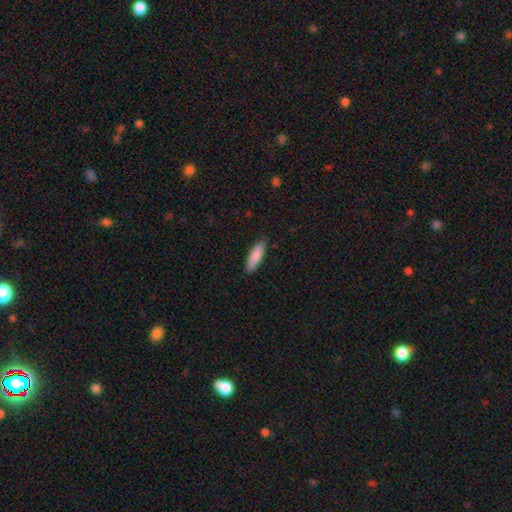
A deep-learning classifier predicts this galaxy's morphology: smooth-or-featured: smooth: 87% | featured or disk: 8% | star or artifact: 5%
  how-rounded: cigar-shaped: 60% | in between: 39% | round: 1%
  merging: none: 86% | minor disturbance: 11% | major disturbance: 2% | merger: 1%